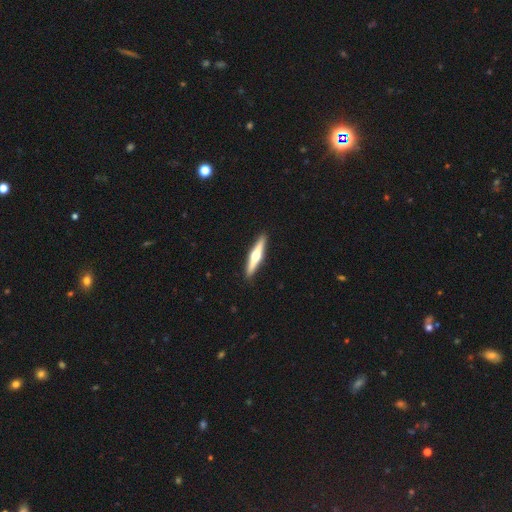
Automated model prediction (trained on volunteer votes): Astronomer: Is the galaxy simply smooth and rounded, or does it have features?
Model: featured or disk — 66%.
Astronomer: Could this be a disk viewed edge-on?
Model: yes — 97%.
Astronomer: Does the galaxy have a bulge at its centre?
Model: rounded — 94%.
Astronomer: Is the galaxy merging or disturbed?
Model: none — 92%.